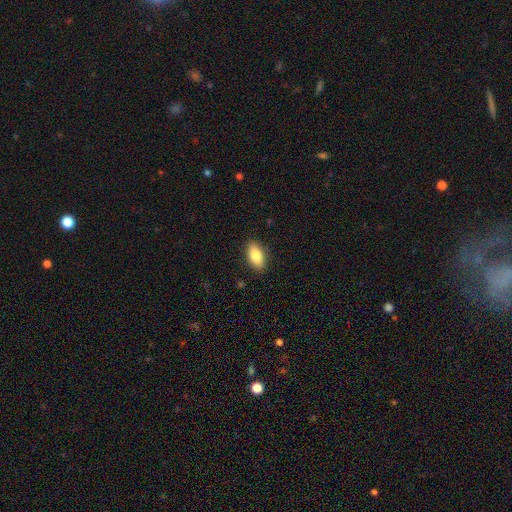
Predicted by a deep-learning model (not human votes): smooth 85%, featured or disk 8%, star or artifact 7%. Down the decision tree: how rounded — in between (90%); merging — none (88%).